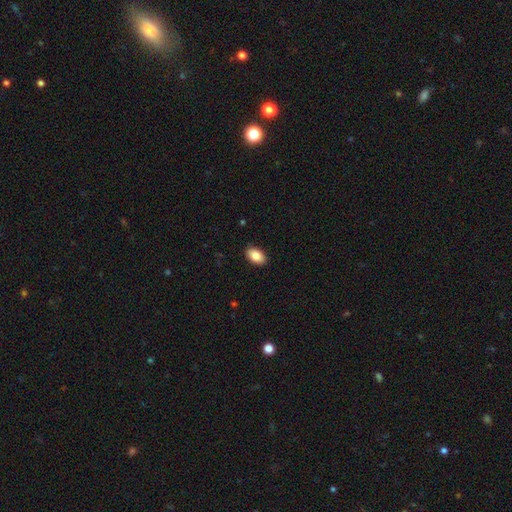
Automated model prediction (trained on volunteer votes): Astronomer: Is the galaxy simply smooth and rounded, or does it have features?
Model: smooth — 86%.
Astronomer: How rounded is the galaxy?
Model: in between — 92%.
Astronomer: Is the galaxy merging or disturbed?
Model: none — 90%.